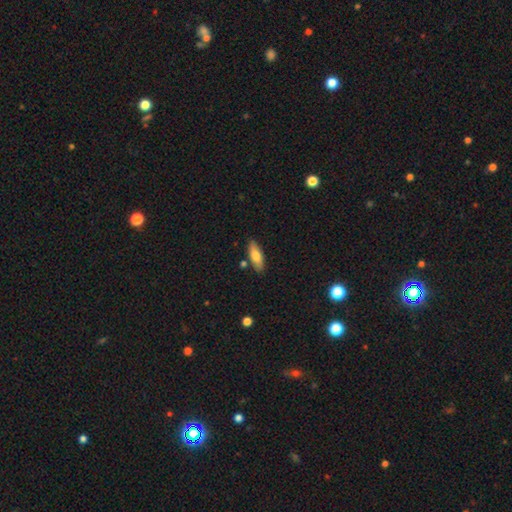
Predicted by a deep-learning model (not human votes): Overall: smooth (73%). How rounded: in between (64%; cigar-shaped 34%). Merging: none (83%).